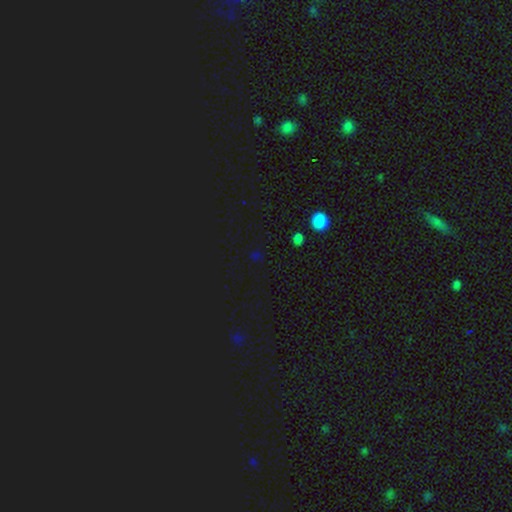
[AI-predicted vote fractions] Morphology: type=star or artifact (66%).